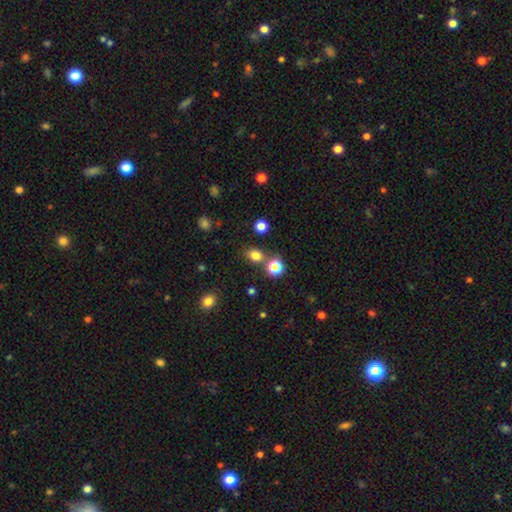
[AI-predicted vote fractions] Smooth or featured? smooth (78%)
How rounded? round (61%)
Merging? none (72%)